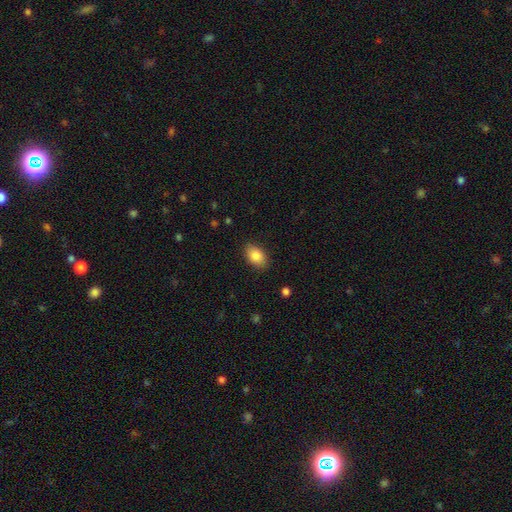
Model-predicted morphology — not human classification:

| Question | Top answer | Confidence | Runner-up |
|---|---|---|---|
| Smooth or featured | smooth | 85% | star or artifact (8%) |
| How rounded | in between | 88% | round (10%) |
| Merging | none | 86% | minor disturbance (10%) |